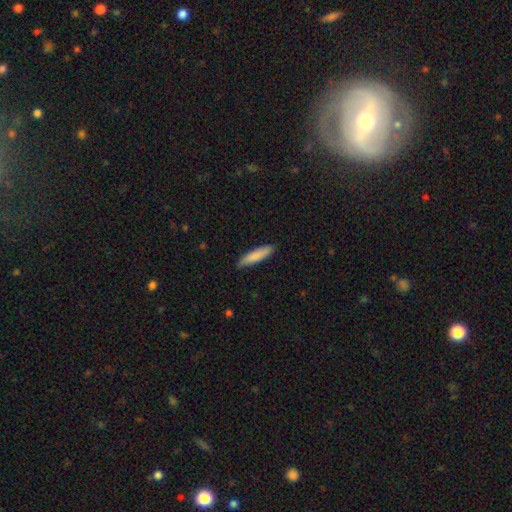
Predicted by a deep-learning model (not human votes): A smooth galaxy with no disk features (84%) that is cigar-shaped (80%). Merging: none (87%).